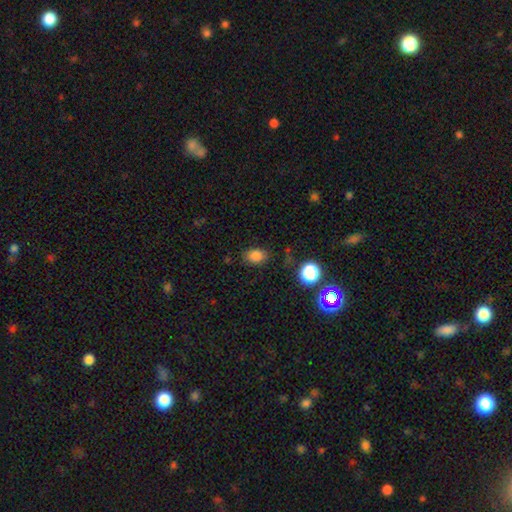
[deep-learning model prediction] The model was most divided on "how rounded": in between: 72%, round: 27%, cigar-shaped: 1%. More confident: smooth or featured — smooth (81%); merging — none (79%).